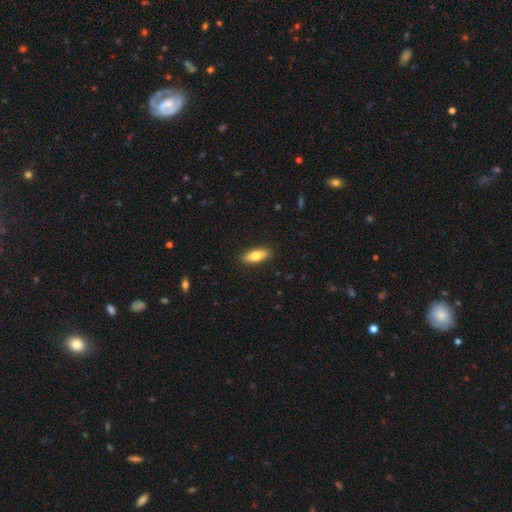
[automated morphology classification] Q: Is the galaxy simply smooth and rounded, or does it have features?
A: smooth — 77%.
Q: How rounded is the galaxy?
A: in between — 67%.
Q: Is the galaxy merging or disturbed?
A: none — 90%.